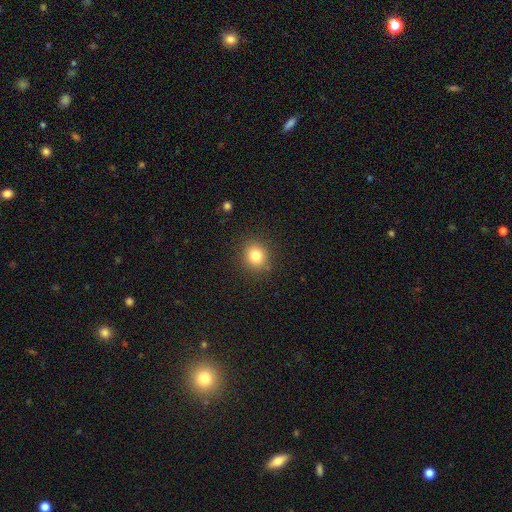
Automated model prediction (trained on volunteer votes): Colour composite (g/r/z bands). It shows a smooth galaxy with no disk features (81%) that is round (81%). Merging: none (88%).